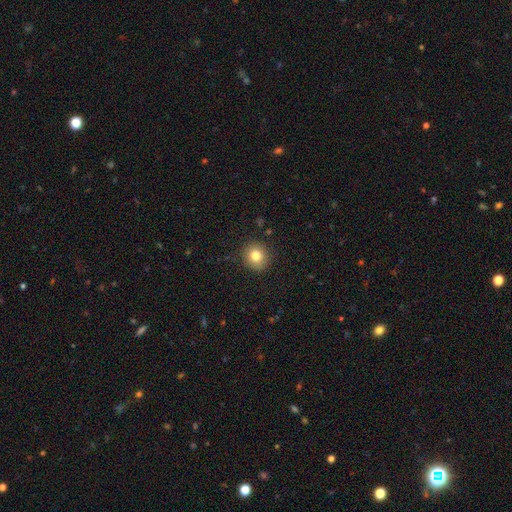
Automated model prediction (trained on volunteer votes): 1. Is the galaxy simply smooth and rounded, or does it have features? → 81% smooth, 11% star or artifact, 9% featured or disk.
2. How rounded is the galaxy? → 90% round, 9% in between, 1% cigar-shaped.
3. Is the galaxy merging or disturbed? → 90% none, 7% minor disturbance, 2% major disturbance, 1% merger.